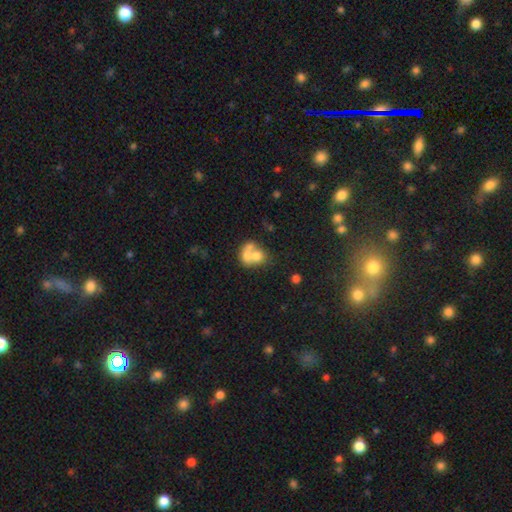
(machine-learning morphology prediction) Smooth or featured?
  - smooth: 61% *
  - featured or disk: 28%
  - star or artifact: 11%
How rounded?
  - round: 50% *
  - in between: 48%
  - cigar-shaped: 1%
Merging?
  - merger: 67% *
  - none: 20%
  - minor disturbance: 7%
  - major disturbance: 6%